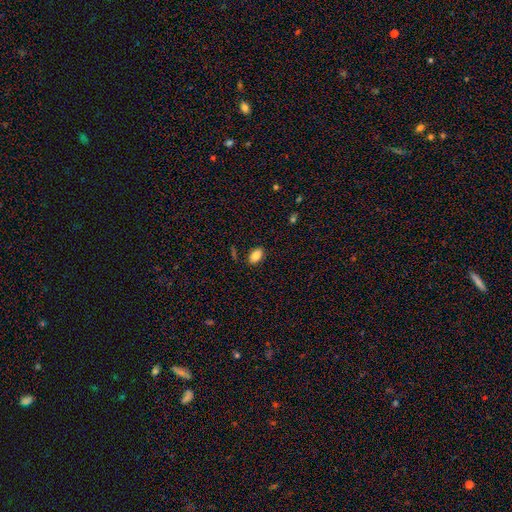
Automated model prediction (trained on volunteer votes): Smooth or featured?
  - smooth: 86% *
  - star or artifact: 8%
  - featured or disk: 6%
How rounded?
  - in between: 92% *
  - round: 5%
  - cigar-shaped: 3%
Merging?
  - none: 86% *
  - minor disturbance: 10%
  - major disturbance: 2%
  - merger: 2%